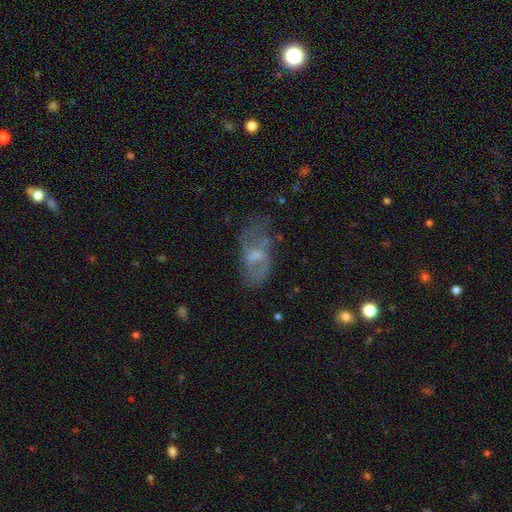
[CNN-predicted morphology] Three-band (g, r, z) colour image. It shows a featured or disk galaxy (54%). Merging: none (52%).